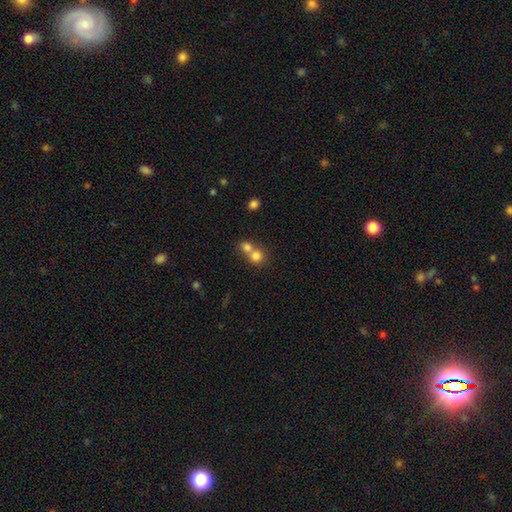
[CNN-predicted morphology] A smooth galaxy with no disk features (78%) that is round (83%). Merging: merger (60%).